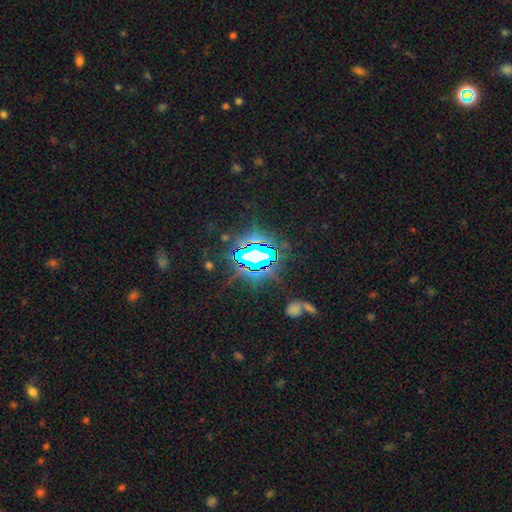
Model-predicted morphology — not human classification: smooth-or-featured: star or artifact: 76% | smooth: 12% | featured or disk: 11%